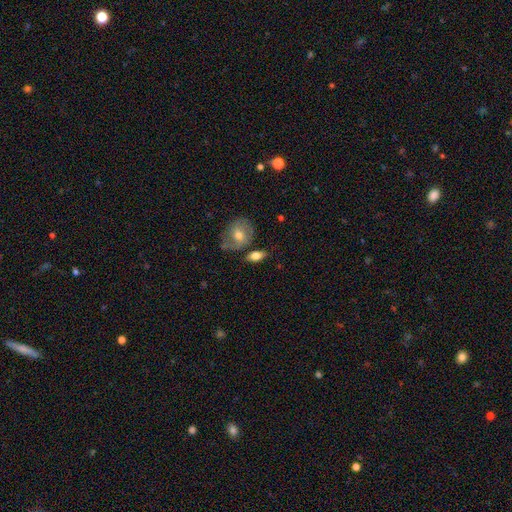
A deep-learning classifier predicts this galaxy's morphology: type=smooth (73%); roundness=in between (80%); merging=none (65%).